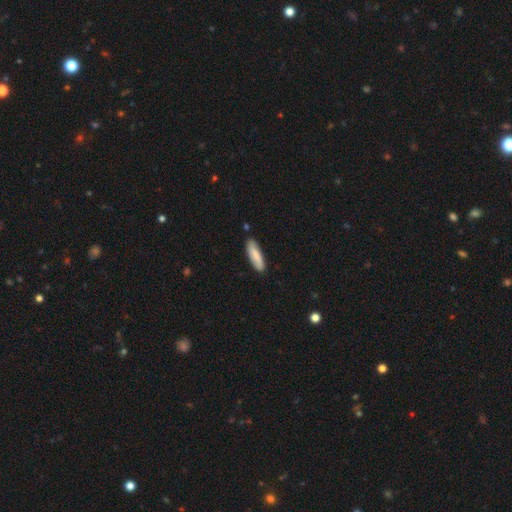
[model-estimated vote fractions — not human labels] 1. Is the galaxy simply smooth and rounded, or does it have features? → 83% smooth, 12% featured or disk, 5% star or artifact.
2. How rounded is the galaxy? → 58% cigar-shaped, 40% in between, 1% round.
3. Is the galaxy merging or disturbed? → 86% none, 11% minor disturbance, 2% major disturbance, 2% merger.